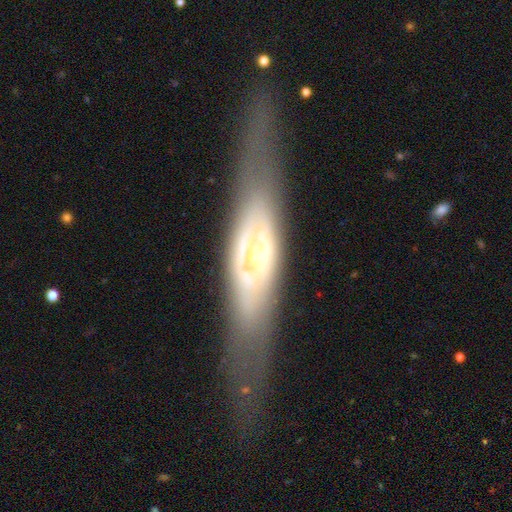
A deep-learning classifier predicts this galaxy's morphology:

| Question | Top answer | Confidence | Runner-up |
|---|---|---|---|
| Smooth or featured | featured or disk | 76% | smooth (18%) |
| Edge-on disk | yes | 56% | no (44%) |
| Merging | none | 66% | minor disturbance (19%) |